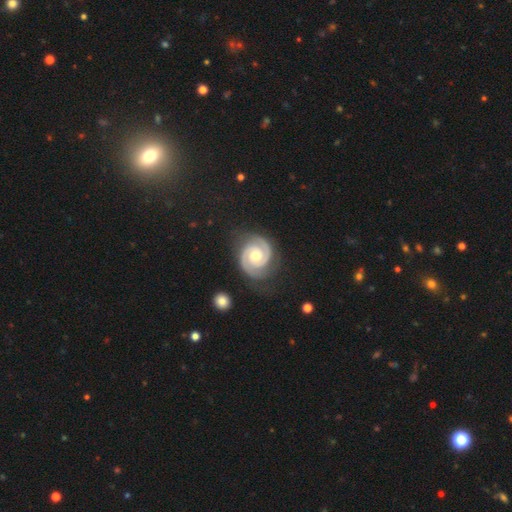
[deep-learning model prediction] Morphology: type=featured or disk (92%); edge-on=no (98%); bar=no (66%); spiral arms=yes (99%); winding=tight (70%); arm count=2 (94%); bulge=moderate (74%); merging=none (80%).